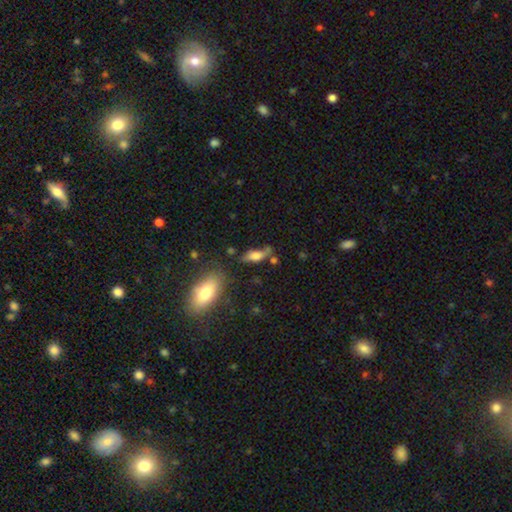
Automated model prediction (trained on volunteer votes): A smooth galaxy with no disk features (57%) that is in between round and cigar-shaped (66%).

Vote fractions:
- Smooth or featured? smooth: 57% / featured or disk: 33% / star or artifact: 10%
- How rounded? in between: 66% / cigar-shaped: 28% / round: 6%
- Merging? none: 51% / minor disturbance: 26% / major disturbance: 13% / merger: 10%